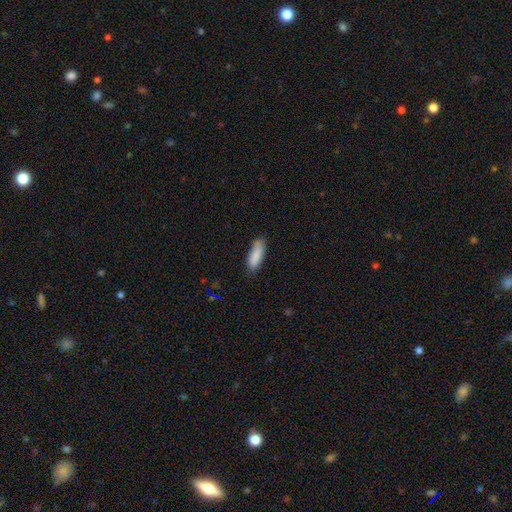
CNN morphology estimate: smooth 86%, featured or disk 7%, star or artifact 6%. Down the decision tree: how rounded — in between (60%); merging — none (75%).